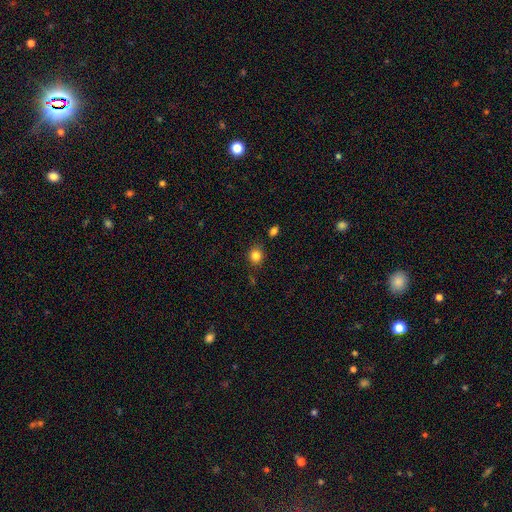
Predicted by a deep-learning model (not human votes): smooth_or_featured: smooth (p=0.84) [alt: star or artifact p=0.11]
how_rounded: round (p=0.71) [alt: in between p=0.28]
merging: none (p=0.83) [alt: minor disturbance p=0.11]